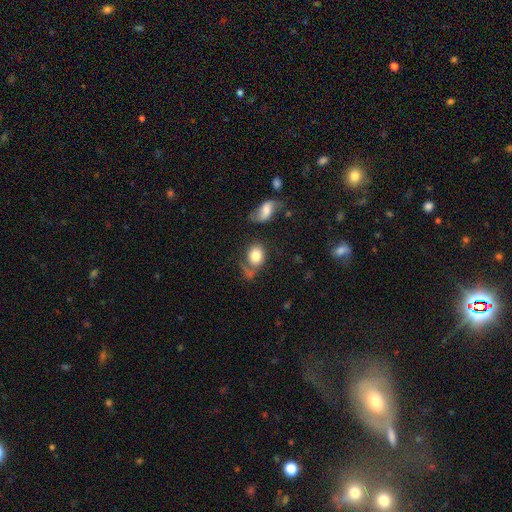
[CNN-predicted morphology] smooth-or-featured: smooth: 75% | featured or disk: 17% | star or artifact: 8%
  how-rounded: in between: 52% | round: 46% | cigar-shaped: 2%
  merging: none: 43% | minor disturbance: 22% | major disturbance: 18% | merger: 17%